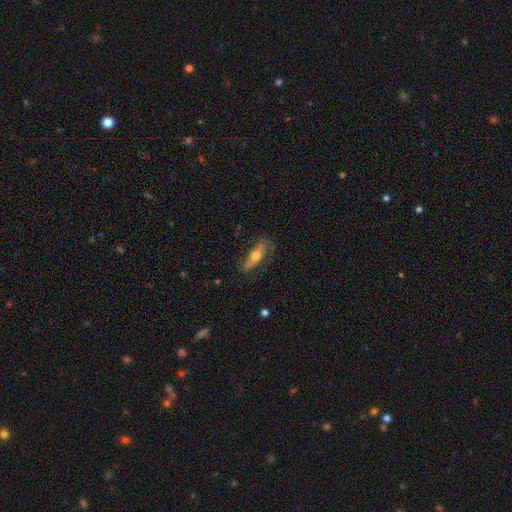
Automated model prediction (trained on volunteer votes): Smooth or featured? smooth (53%)
How rounded? in between (51%)
Merging? none (70%)